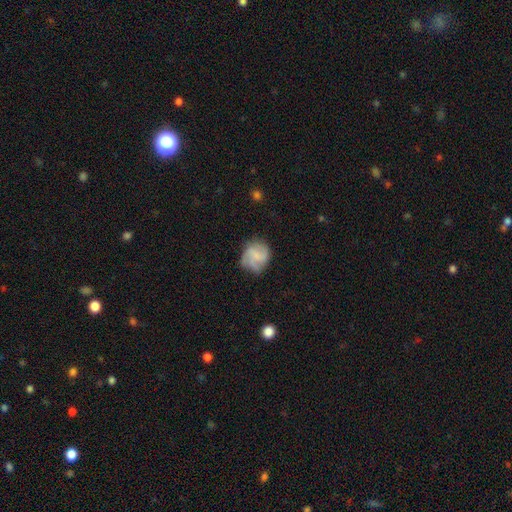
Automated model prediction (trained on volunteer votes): smooth-or-featured: smooth: 46% | featured or disk: 45% | star or artifact: 8%
  merging: none: 62% | minor disturbance: 26% | major disturbance: 10% | merger: 2%